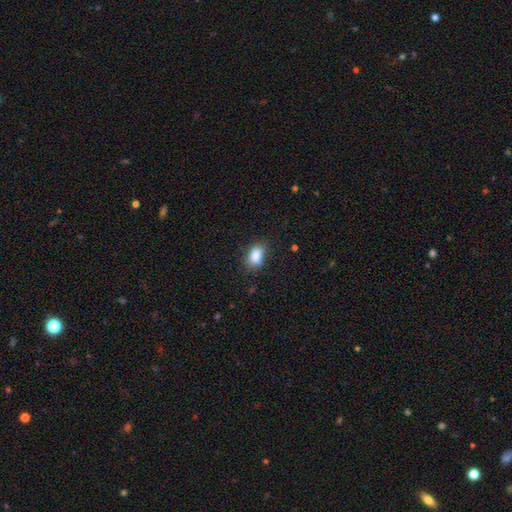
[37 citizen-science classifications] smooth-or-featured: smooth: 97% | star or artifact: 3% | featured or disk: 0%
  how-rounded: in between: 92% | round: 8% | cigar-shaped: 0%
  merging: none: 78% | minor disturbance: 19% | merger: 3% | major disturbance: 0%